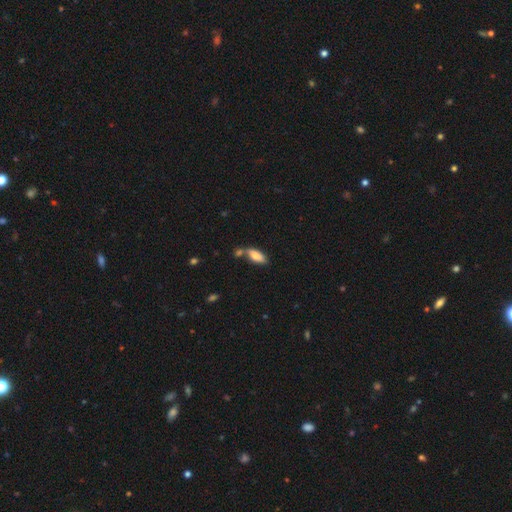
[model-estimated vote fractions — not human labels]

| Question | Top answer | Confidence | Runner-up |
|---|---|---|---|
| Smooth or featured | smooth | 78% | featured or disk (15%) |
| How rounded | in between | 81% | cigar-shaped (17%) |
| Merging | none | 55% | merger (25%) |